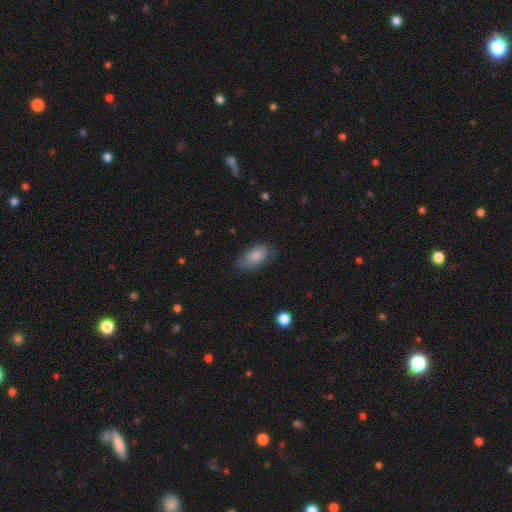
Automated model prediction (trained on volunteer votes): Smooth or featured? Predicted: smooth (p=0.81). How rounded? Predicted: in between (p=0.92). Merging? Predicted: none (p=0.74).